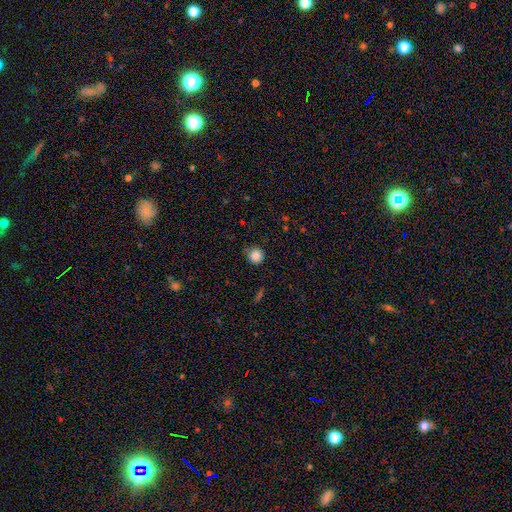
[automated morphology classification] Smooth or featured?
  - smooth: 86% *
  - star or artifact: 10%
  - featured or disk: 4%
How rounded?
  - round: 93% *
  - in between: 6%
  - cigar-shaped: 1%
Merging?
  - none: 81% *
  - minor disturbance: 14%
  - major disturbance: 3%
  - merger: 1%